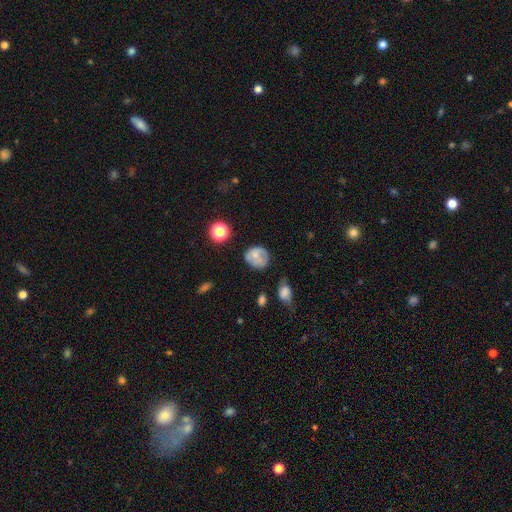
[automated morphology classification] Smooth or featured?
  - smooth: 62% *
  - featured or disk: 28%
  - star or artifact: 10%
How rounded?
  - round: 68% *
  - in between: 31%
  - cigar-shaped: 1%
Merging?
  - none: 54% *
  - minor disturbance: 29%
  - major disturbance: 13%
  - merger: 4%